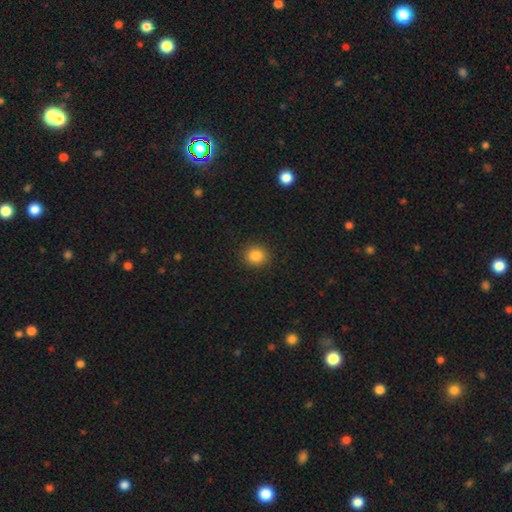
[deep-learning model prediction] Q: Smooth or featured?
A: smooth (85%); runner-up: star or artifact (11%)
Q: How rounded?
A: round (86%); runner-up: in between (13%)
Q: Merging?
A: none (90%); runner-up: minor disturbance (6%)